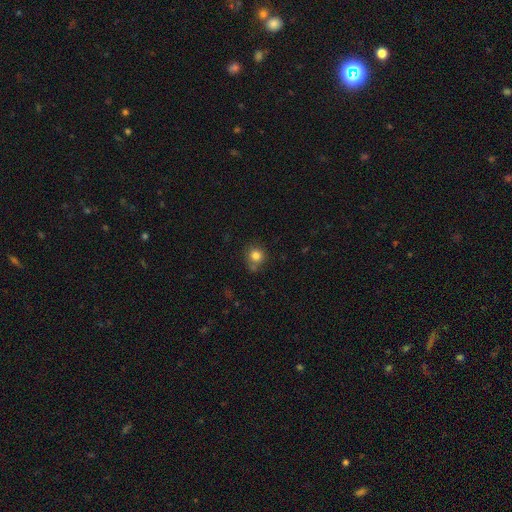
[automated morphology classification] A smooth galaxy with no disk features (82%) that is round (87%).

Vote fractions:
- Smooth or featured? smooth: 82% / star or artifact: 11% / featured or disk: 7%
- How rounded? round: 87% / in between: 12% / cigar-shaped: 1%
- Merging? none: 68% / minor disturbance: 18% / merger: 10% / major disturbance: 5%